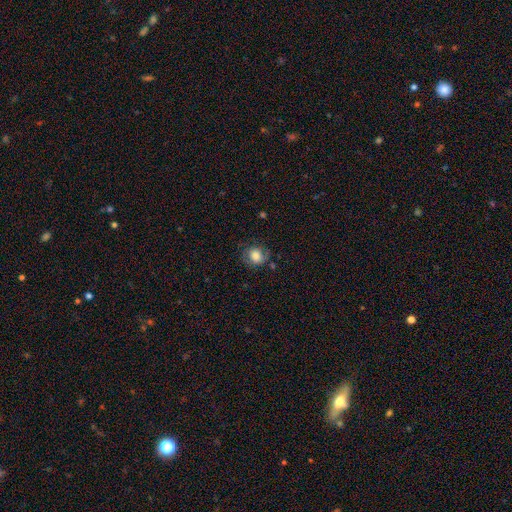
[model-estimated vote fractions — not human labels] Morphology: type=smooth (75%); roundness=round (77%); merging=none (67%).